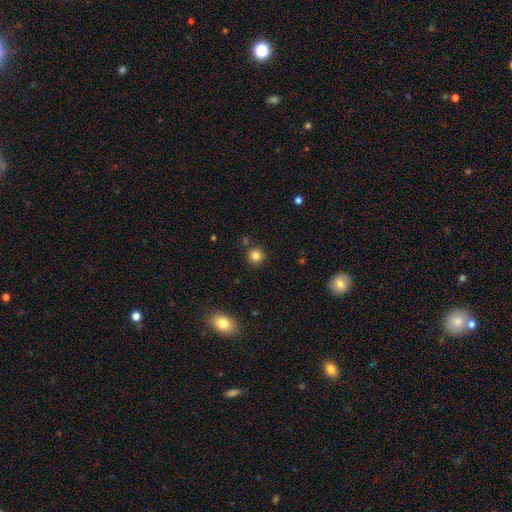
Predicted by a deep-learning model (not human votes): smooth_or_featured: smooth (p=0.82) [alt: star or artifact p=0.12]
how_rounded: round (p=0.94) [alt: in between p=0.05]
merging: none (p=0.87) [alt: minor disturbance p=0.07]